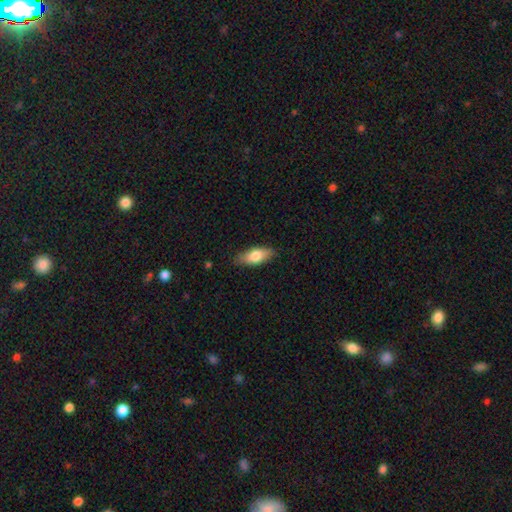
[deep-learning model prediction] smooth 75%, featured or disk 19%, star or artifact 6%. Down the decision tree: how rounded — in between (78%); merging — none (84%).